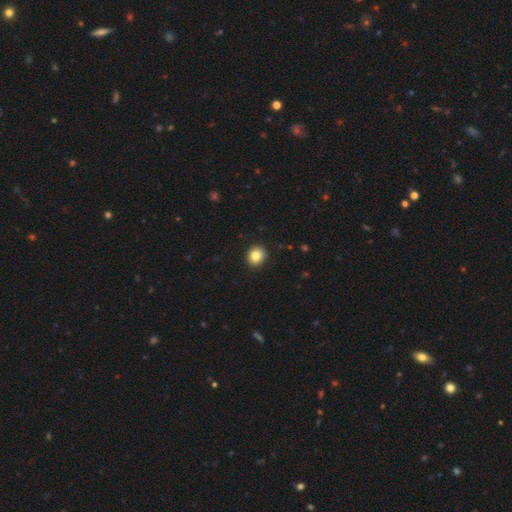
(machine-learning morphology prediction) smooth_or_featured: smooth (p=0.84) [alt: star or artifact p=0.10]
how_rounded: round (p=0.80) [alt: in between p=0.19]
merging: none (p=0.91) [alt: minor disturbance p=0.06]